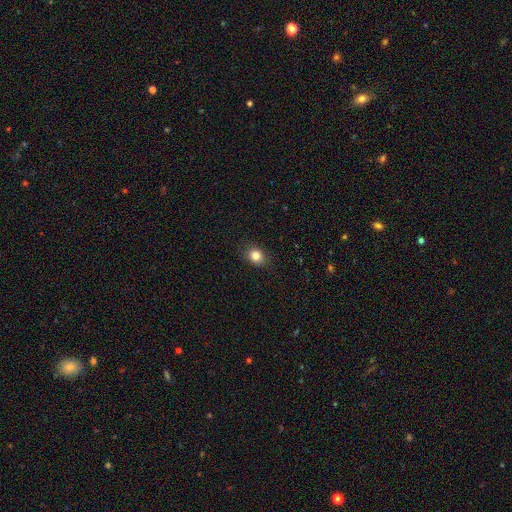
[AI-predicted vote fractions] A smooth galaxy with no disk features (84%) that is round (55%). Merging: none (87%).